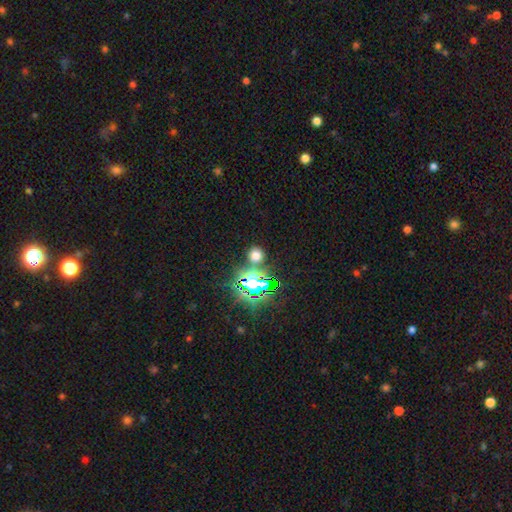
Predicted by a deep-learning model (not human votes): The model was most divided on "smooth or featured": smooth: 57%, star or artifact: 36%, featured or disk: 7%. More confident: how rounded — round (85%); merging — none (80%).